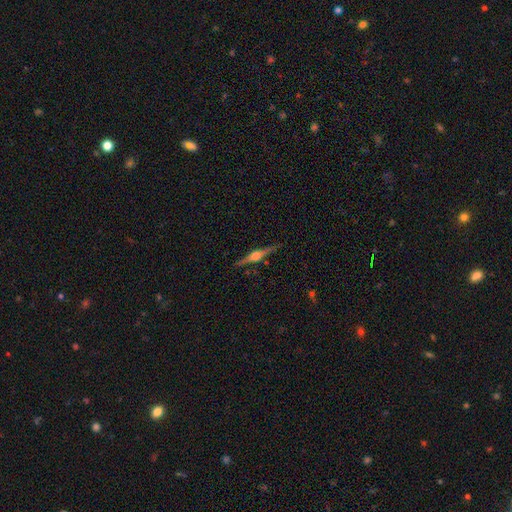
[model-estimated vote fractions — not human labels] Morphology: type=featured or disk (83%); edge-on=yes (98%); edge-on bulge=rounded (88%); merging=none (90%).